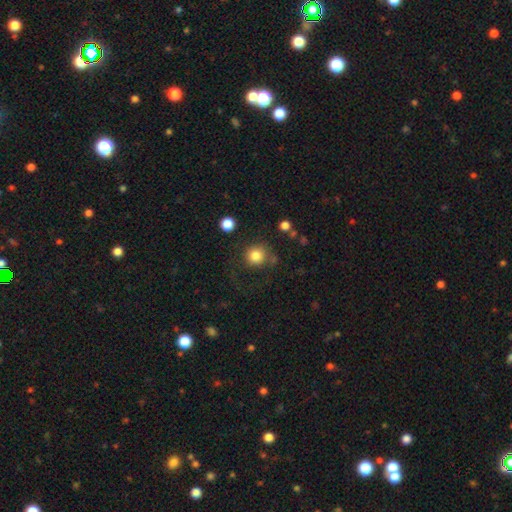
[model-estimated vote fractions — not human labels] smooth-or-featured: smooth: 83% | star or artifact: 11% | featured or disk: 7%
  how-rounded: round: 92% | in between: 7% | cigar-shaped: 1%
  merging: none: 73% | minor disturbance: 13% | major disturbance: 8% | merger: 5%